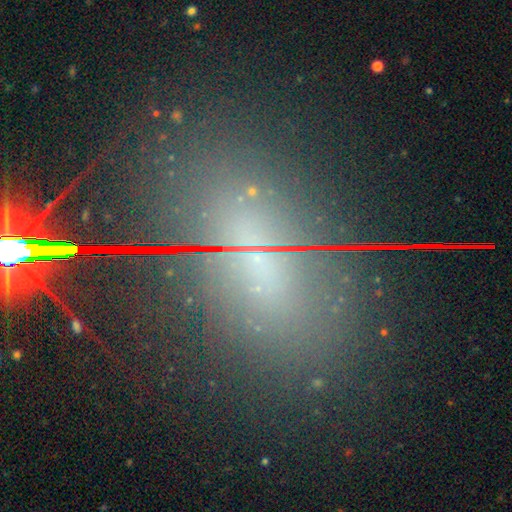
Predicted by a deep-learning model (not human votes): Morphology: type=star or artifact (42%).